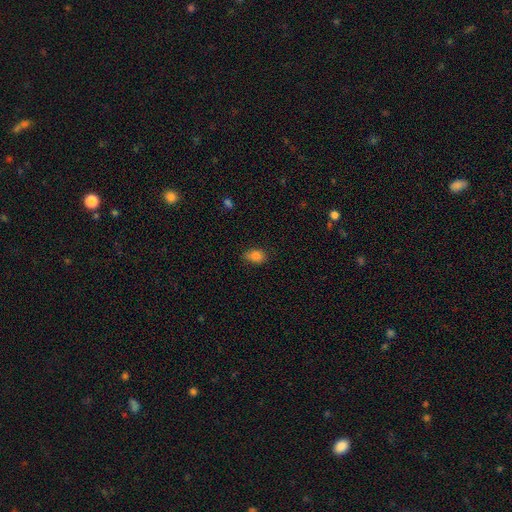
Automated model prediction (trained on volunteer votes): This appears to be a smooth galaxy with no disk features (84%) that is in between round and cigar-shaped (78%). Merging: none (73%).